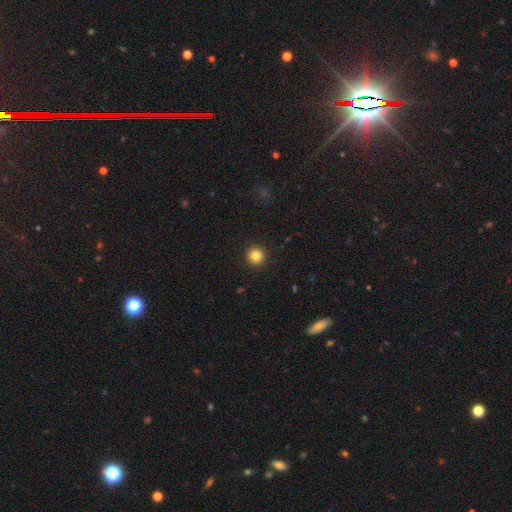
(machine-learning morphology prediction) Overall: smooth (84%). How rounded: round (96%). Merging: none (93%).